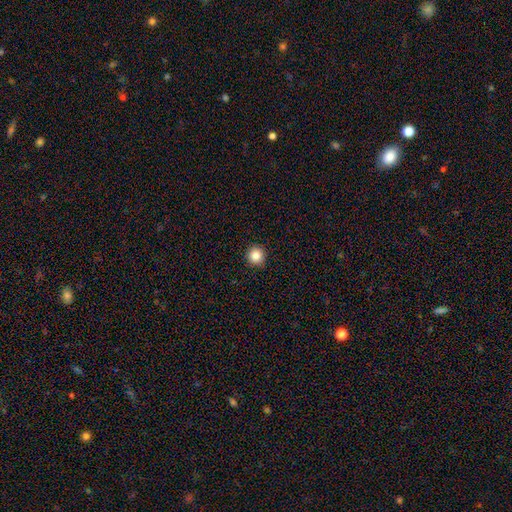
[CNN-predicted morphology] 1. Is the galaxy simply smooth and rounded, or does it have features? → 85% smooth, 10% star or artifact, 5% featured or disk.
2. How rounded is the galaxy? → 93% round, 6% in between, 1% cigar-shaped.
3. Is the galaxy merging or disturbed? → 92% none, 5% minor disturbance, 2% major disturbance, 1% merger.